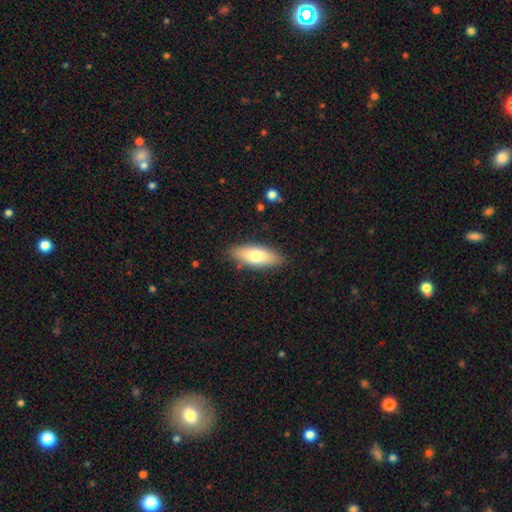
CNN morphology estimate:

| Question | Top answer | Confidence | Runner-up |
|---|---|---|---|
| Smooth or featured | smooth | 75% | featured or disk (19%) |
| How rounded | in between | 74% | cigar-shaped (24%) |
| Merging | none | 86% | minor disturbance (11%) |